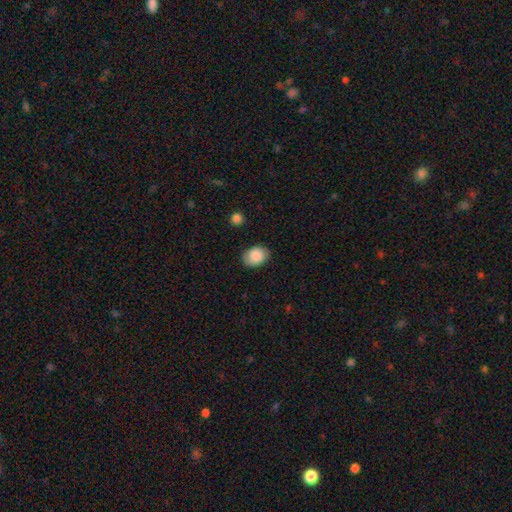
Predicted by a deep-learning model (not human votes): smooth 85%, featured or disk 8%, star or artifact 7%. Down the decision tree: how rounded — in between (64%); merging — none (81%).